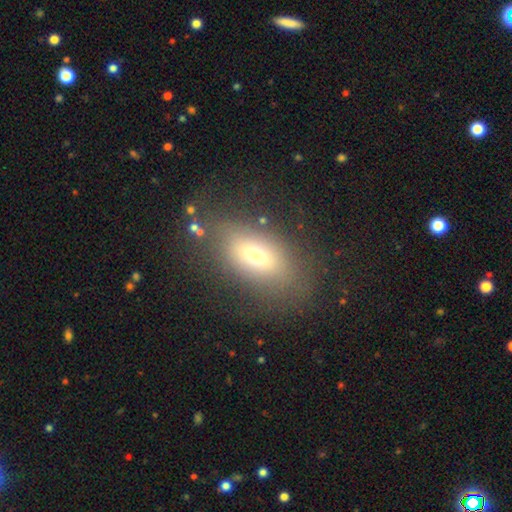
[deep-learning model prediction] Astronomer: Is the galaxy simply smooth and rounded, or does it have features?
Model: smooth — 62%.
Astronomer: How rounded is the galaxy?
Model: in between — 82%.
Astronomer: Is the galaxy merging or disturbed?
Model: none — 73%.